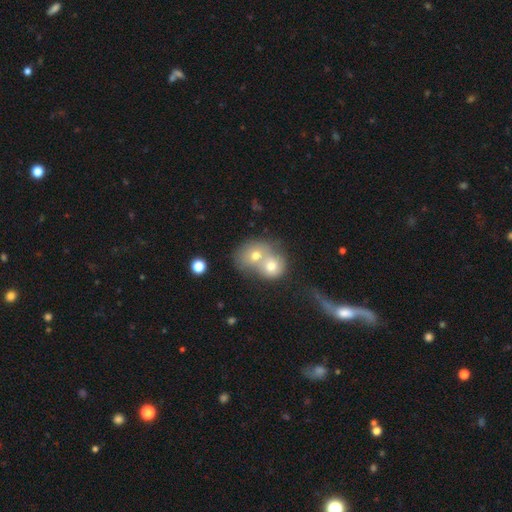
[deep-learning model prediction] smooth 66%, featured or disk 23%, star or artifact 10%. Down the decision tree: how rounded — round (64%); merging — merger (75%).